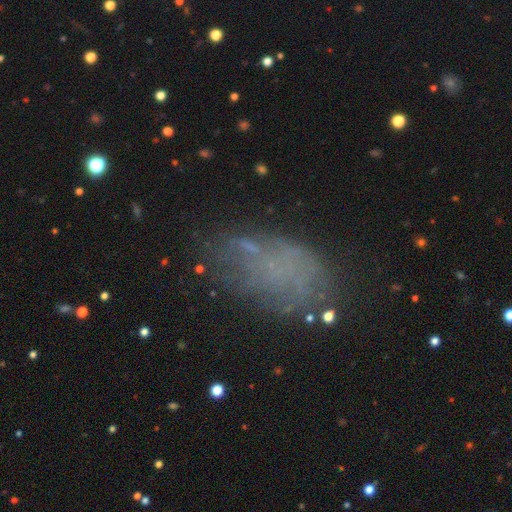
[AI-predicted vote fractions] Smooth or featured? smooth (42%)
Merging? none (51%)